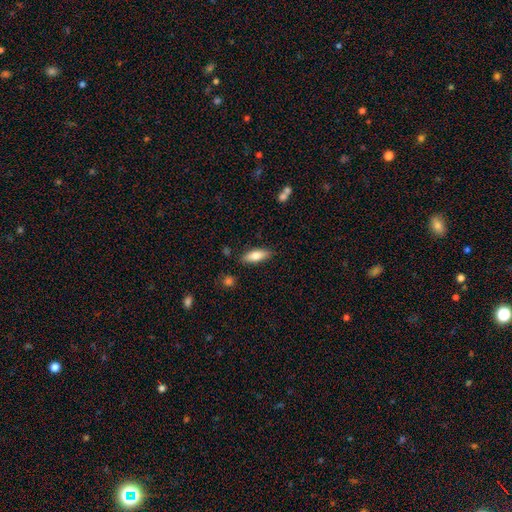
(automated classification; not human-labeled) Smooth or featured? Predicted: smooth (p=0.76). How rounded? Predicted: in between (p=0.66). Merging? Predicted: none (p=0.85).